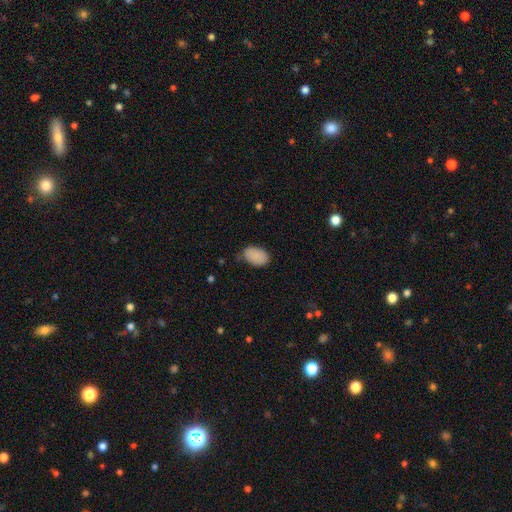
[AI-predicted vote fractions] This appears to be a smooth galaxy with no disk features (87%) that is in between round and cigar-shaped (89%). Merging: none (65%).